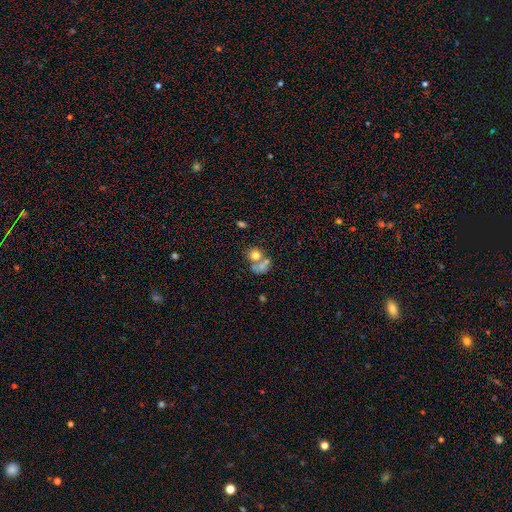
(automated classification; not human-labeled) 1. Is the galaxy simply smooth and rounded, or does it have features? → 67% smooth, 20% featured or disk, 12% star or artifact.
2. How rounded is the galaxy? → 68% round, 31% in between, 1% cigar-shaped.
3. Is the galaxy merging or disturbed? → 53% merger, 31% none, 8% minor disturbance, 8% major disturbance.